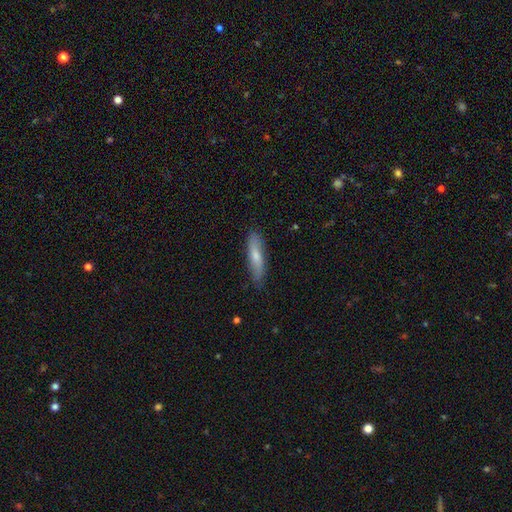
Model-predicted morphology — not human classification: smooth 52%, featured or disk 35%, star or artifact 13%. Down the decision tree: how rounded — cigar-shaped (77%); merging — none (87%).